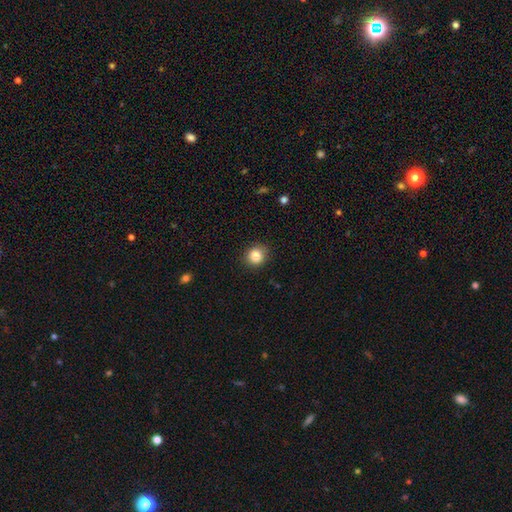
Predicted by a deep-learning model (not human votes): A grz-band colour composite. It shows a smooth galaxy with no disk features (85%) that is round (83%). Merging: none (88%).